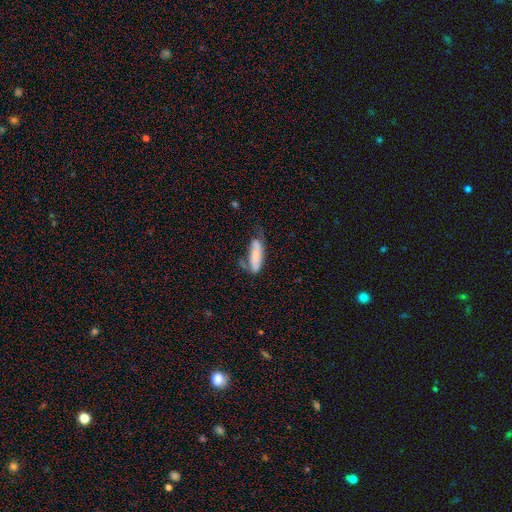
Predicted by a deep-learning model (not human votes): This is likely a smooth galaxy (70%). How rounded: possibly in between (52%). Merging: marginally none (37%).